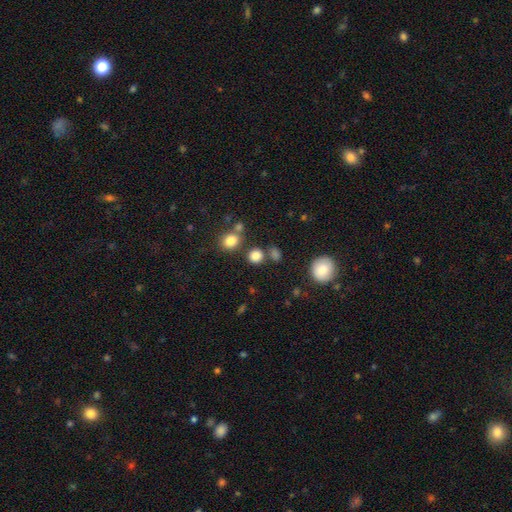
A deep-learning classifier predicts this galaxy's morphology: smooth_or_featured: smooth (p=0.82) [alt: star or artifact p=0.13]
how_rounded: round (p=0.80) [alt: in between p=0.18]
merging: none (p=0.73) [alt: merger p=0.14]